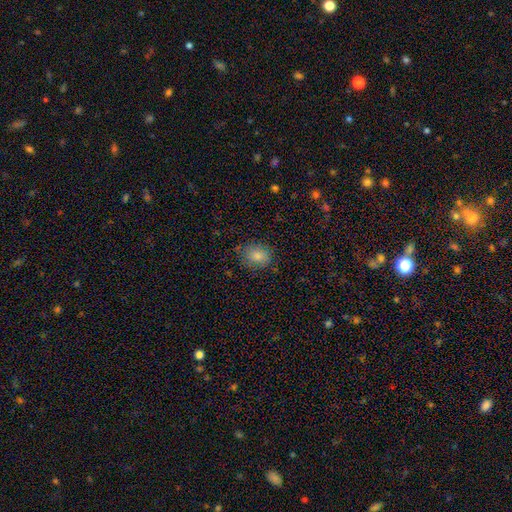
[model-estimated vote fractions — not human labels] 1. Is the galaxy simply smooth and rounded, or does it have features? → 81% smooth, 11% star or artifact, 8% featured or disk.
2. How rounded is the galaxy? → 57% in between, 42% round, 1% cigar-shaped.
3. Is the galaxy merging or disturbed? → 78% none, 17% minor disturbance, 4% major disturbance, 1% merger.